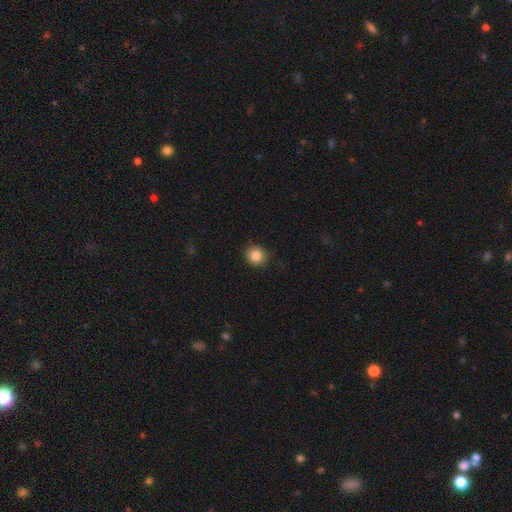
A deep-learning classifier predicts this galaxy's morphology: This is clearly a smooth galaxy (83%). How rounded: clearly round (89%). Merging: clearly none (90%).